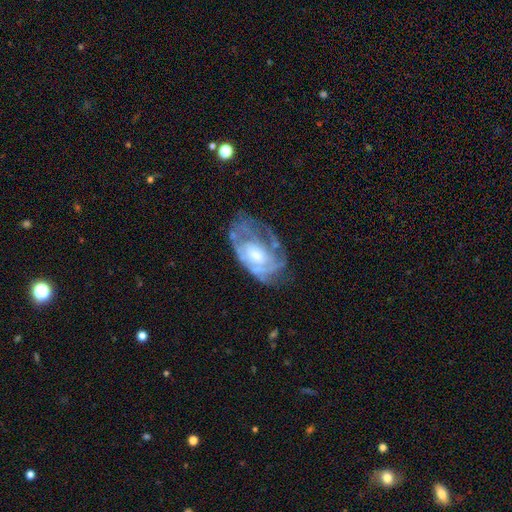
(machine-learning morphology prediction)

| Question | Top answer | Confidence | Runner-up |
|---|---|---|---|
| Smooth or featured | featured or disk | 74% | smooth (19%) |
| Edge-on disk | no | 95% | yes (5%) |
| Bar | no | 66% | weak (28%) |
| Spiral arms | yes | 69% | no (31%) |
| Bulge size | moderate | 50% | small (21%) |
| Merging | none | 46% | minor disturbance (27%) |